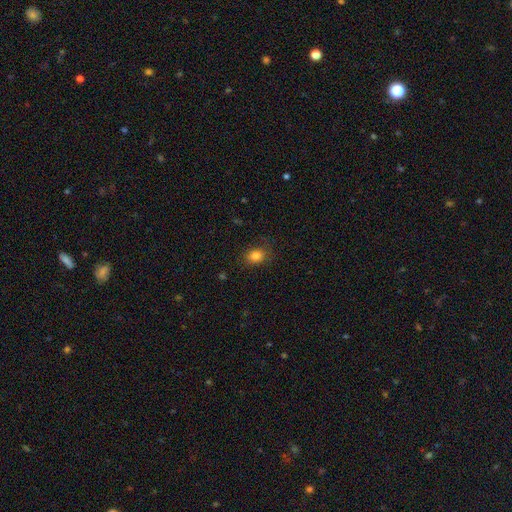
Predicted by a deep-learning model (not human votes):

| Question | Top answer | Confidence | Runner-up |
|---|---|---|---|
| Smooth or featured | smooth | 83% | star or artifact (11%) |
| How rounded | in between | 57% | round (42%) |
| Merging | none | 80% | minor disturbance (14%) |